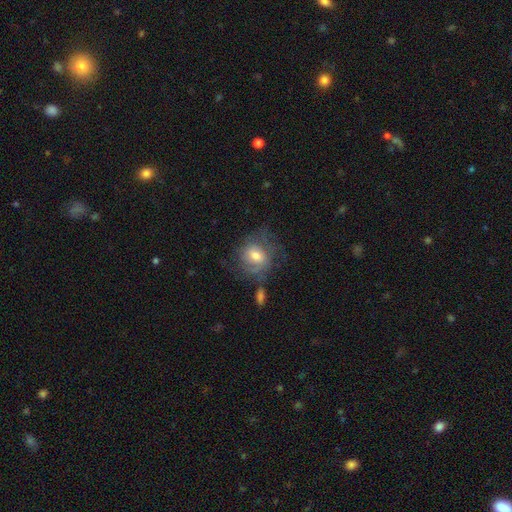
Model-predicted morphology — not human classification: Smooth or featured? smooth (52%)
How rounded? round (62%)
Merging? none (50%)